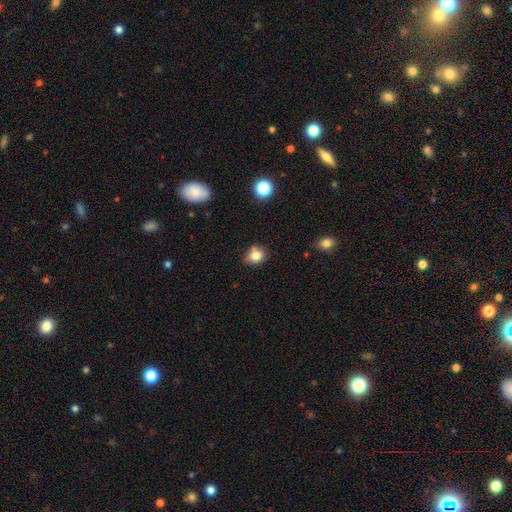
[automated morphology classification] Smooth or featured: smooth — 78% (star or artifact — 12%)
How rounded: round — 59% (in between — 40%)
Merging: none — 59% (minor disturbance — 23%)